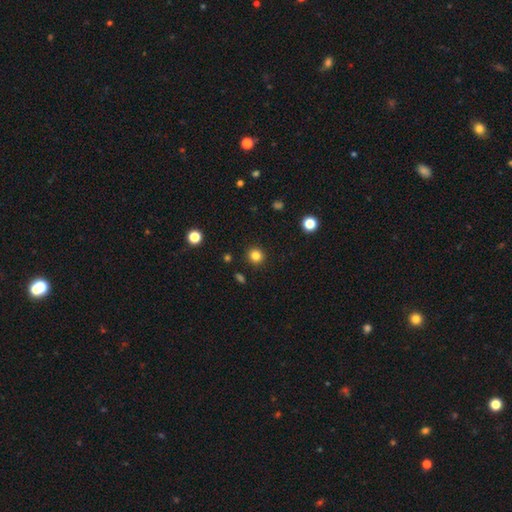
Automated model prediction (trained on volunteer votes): Q: Smooth or featured?
A: smooth (83%); runner-up: star or artifact (13%)
Q: How rounded?
A: round (91%); runner-up: in between (8%)
Q: Merging?
A: none (91%); runner-up: minor disturbance (5%)